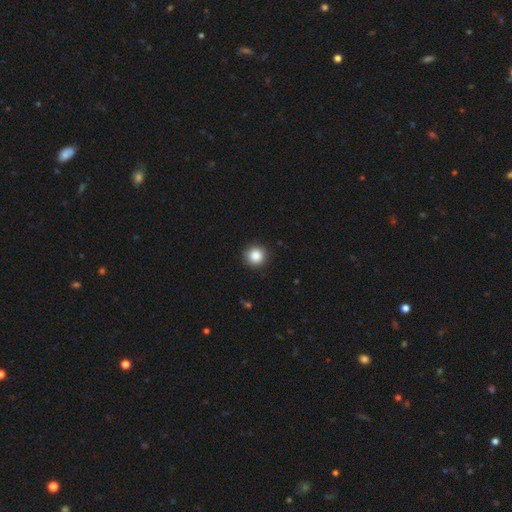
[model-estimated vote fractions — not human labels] The model was most divided on "smooth or featured": smooth: 87%, star or artifact: 10%, featured or disk: 3%. More confident: how rounded — round (95%); merging — none (91%).